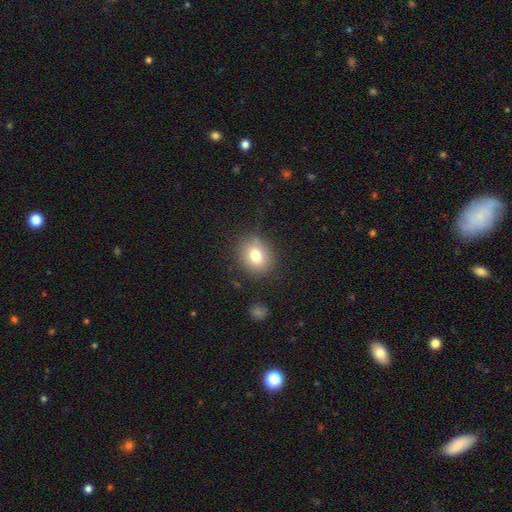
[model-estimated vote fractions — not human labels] This is likely a smooth galaxy (77%). How rounded: likely round (65%). Merging: clearly none (80%).